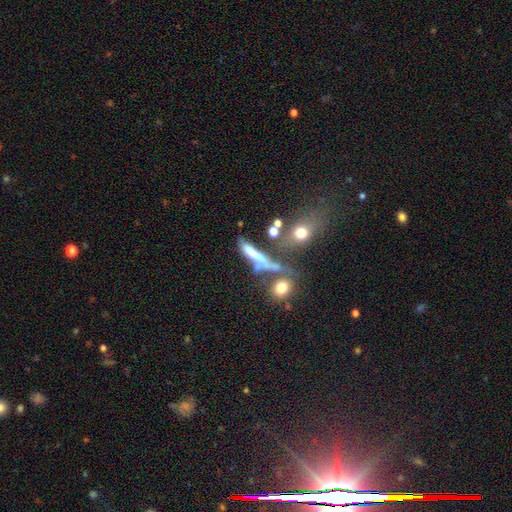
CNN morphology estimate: Smooth or featured?
  - smooth: 53% *
  - featured or disk: 30%
  - star or artifact: 17%
How rounded?
  - cigar-shaped: 69% *
  - in between: 20%
  - round: 11%
Merging?
  - none: 38% *
  - merger: 32%
  - major disturbance: 16%
  - minor disturbance: 15%